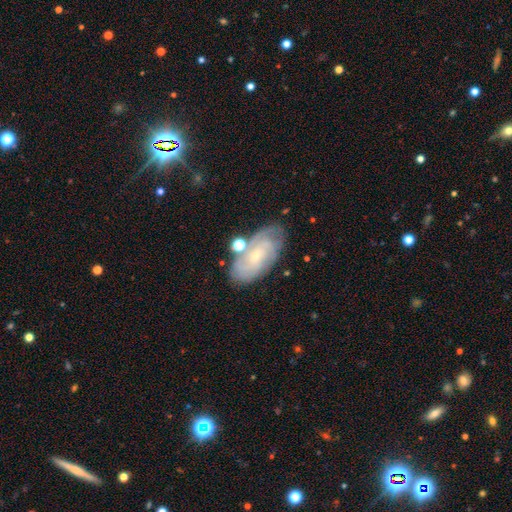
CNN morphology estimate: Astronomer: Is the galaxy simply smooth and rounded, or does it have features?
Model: featured or disk — 68%.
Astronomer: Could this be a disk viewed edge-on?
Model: no — 94%.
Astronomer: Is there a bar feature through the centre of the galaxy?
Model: no — 70%.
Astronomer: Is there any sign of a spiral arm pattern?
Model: yes — 86%.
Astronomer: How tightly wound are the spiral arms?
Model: tight — 66%.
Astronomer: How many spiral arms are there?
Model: can't tell — 52%.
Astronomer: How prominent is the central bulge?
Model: small — 76%.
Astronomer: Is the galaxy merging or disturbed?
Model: none — 67%.